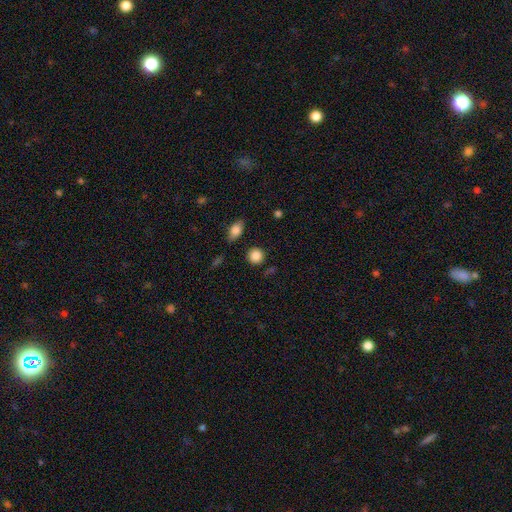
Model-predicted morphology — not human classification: This appears to be a smooth galaxy with no disk features (85%) that is round (90%). Merging: none (85%).